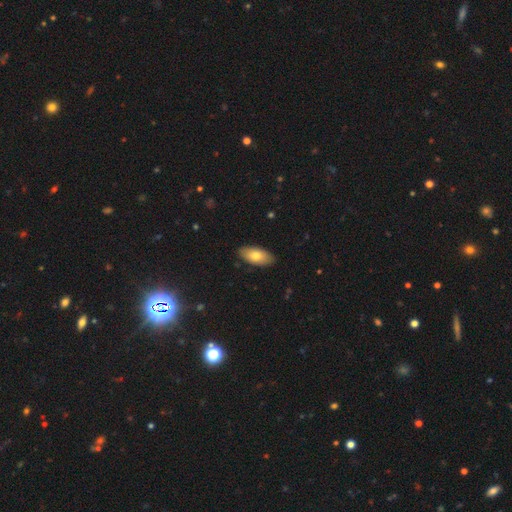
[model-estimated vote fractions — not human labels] smooth 75%, featured or disk 19%, star or artifact 6%. Down the decision tree: how rounded — in between (91%); merging — none (88%).